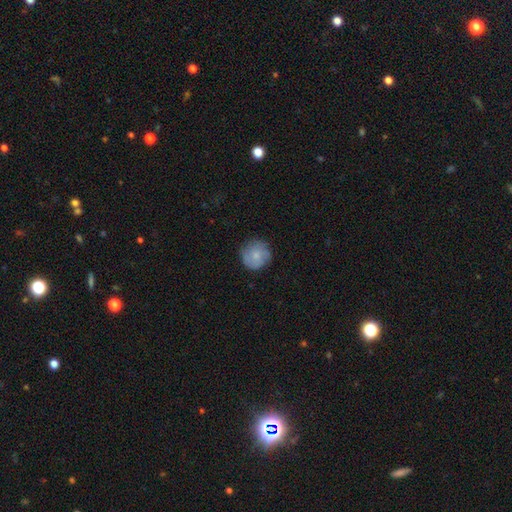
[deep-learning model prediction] smooth 74%, featured or disk 20%, star or artifact 7%. Down the decision tree: how rounded — round (93%); merging — none (80%).